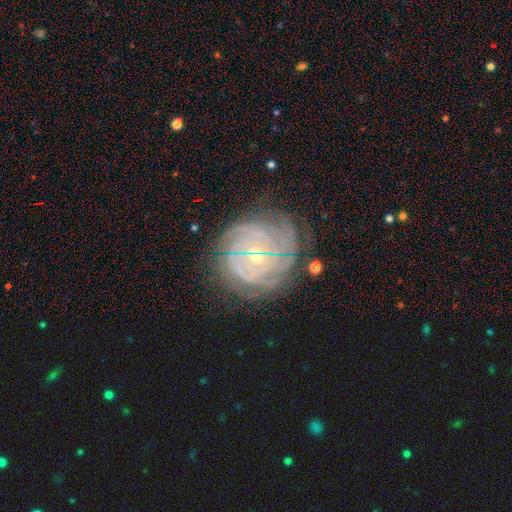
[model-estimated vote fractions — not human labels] featured or disk 79%, smooth 11%, star or artifact 10%. Down the decision tree: edge-on disk — no (97%); bar — no (55%); spiral arms — yes (94%); spiral arm count — can't tell (36%); spiral winding — tight (79%); bulge size — small (78%); merging — none (71%).